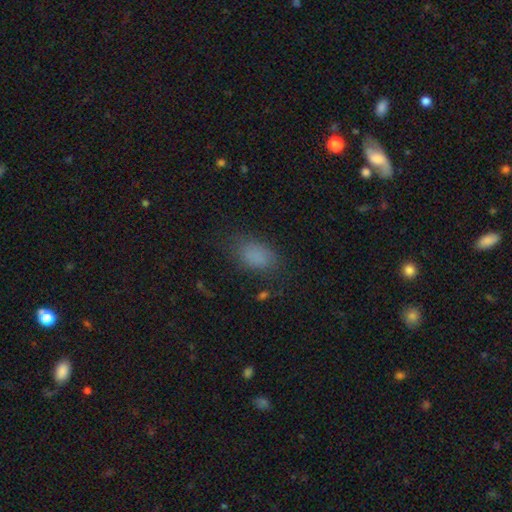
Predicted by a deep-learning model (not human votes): A smooth galaxy with no disk features (83%) that is in between round and cigar-shaped (88%). Merging: none (73%).